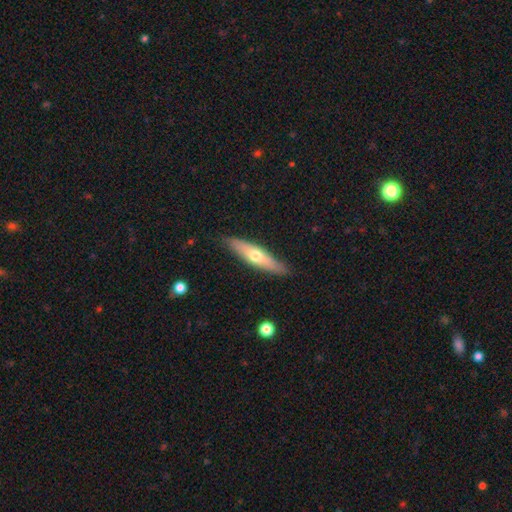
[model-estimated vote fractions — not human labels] smooth_or_featured: smooth (p=0.48) [alt: featured or disk p=0.46]
merging: none (p=0.87) [alt: minor disturbance p=0.10]